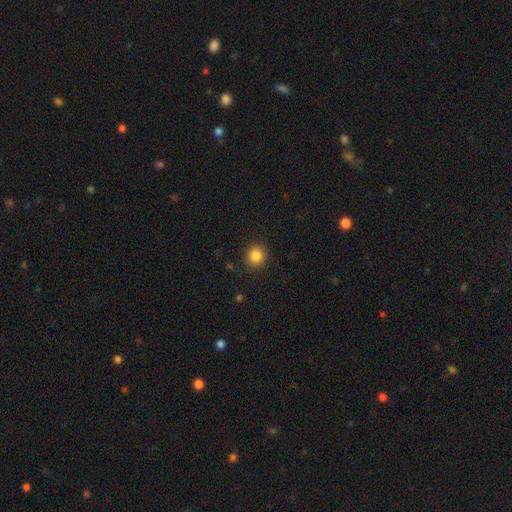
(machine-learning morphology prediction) This is clearly a smooth galaxy (85%). How rounded: clearly round (90%). Merging: clearly none (90%).